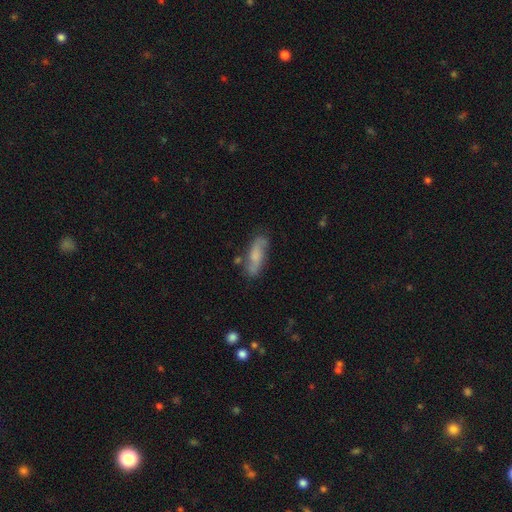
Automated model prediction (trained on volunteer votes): Smooth or featured? Predicted: featured or disk (p=0.51). Edge-on disk? Predicted: no (p=0.81). Merging? Predicted: none (p=0.70).